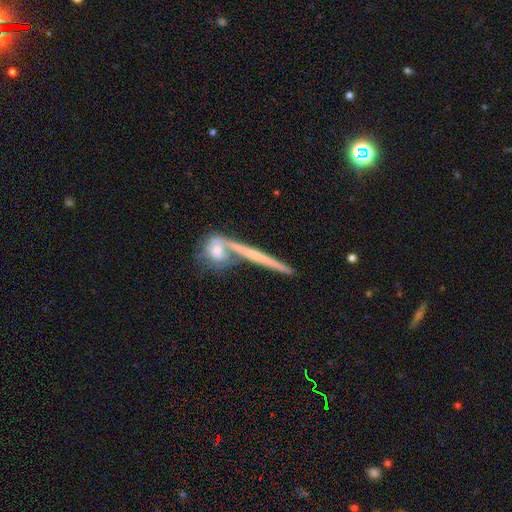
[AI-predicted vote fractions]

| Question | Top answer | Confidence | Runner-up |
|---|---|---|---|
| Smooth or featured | featured or disk | 57% | smooth (35%) |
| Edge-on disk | yes | 90% | no (10%) |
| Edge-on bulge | none | 75% | rounded (18%) |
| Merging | none | 65% | merger (21%) |